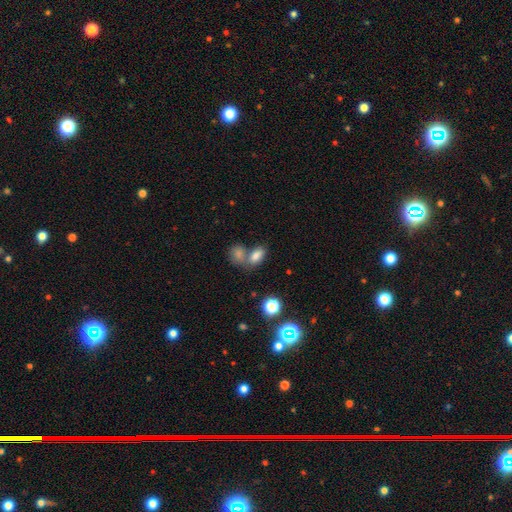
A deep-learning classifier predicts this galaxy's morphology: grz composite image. It shows a smooth galaxy with no disk features (80%) that is in between round and cigar-shaped (87%). Merging: merger (43%).